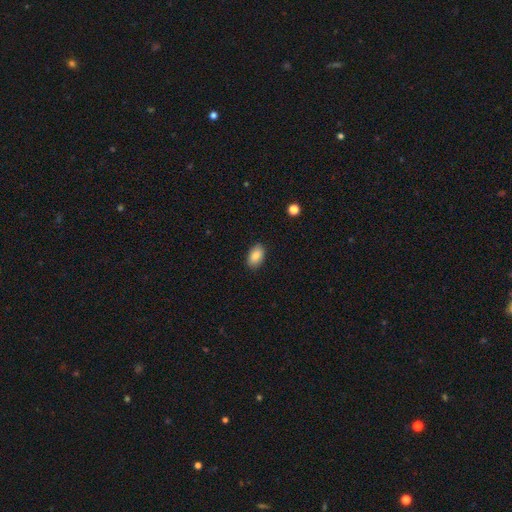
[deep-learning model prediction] smooth_or_featured: smooth (p=0.86) [alt: star or artifact p=0.07]
how_rounded: in between (p=0.93) [alt: round p=0.05]
merging: none (p=0.87) [alt: minor disturbance p=0.10]